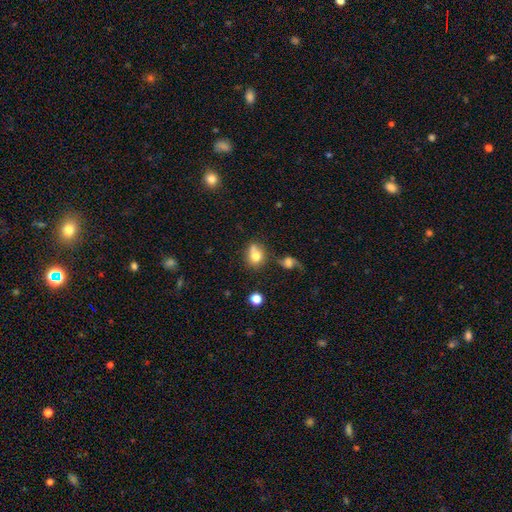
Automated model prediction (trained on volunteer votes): smooth-or-featured: smooth: 74% | featured or disk: 15% | star or artifact: 11%
  how-rounded: round: 64% | in between: 35% | cigar-shaped: 1%
  merging: none: 47% | merger: 29% | minor disturbance: 17% | major disturbance: 8%